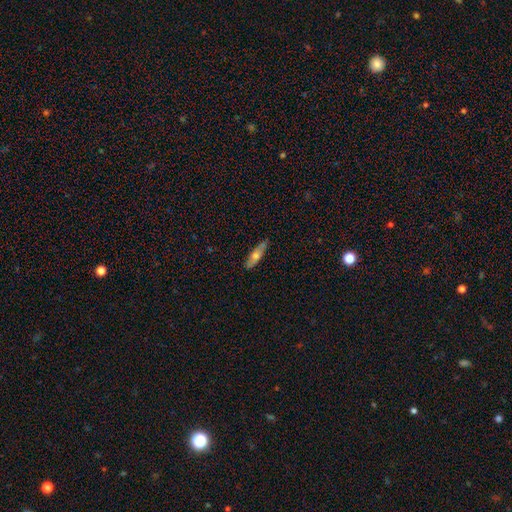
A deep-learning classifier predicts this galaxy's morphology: This appears to be a smooth galaxy with no disk features (54%) that is cigar-shaped (63%). Merging: none (80%).